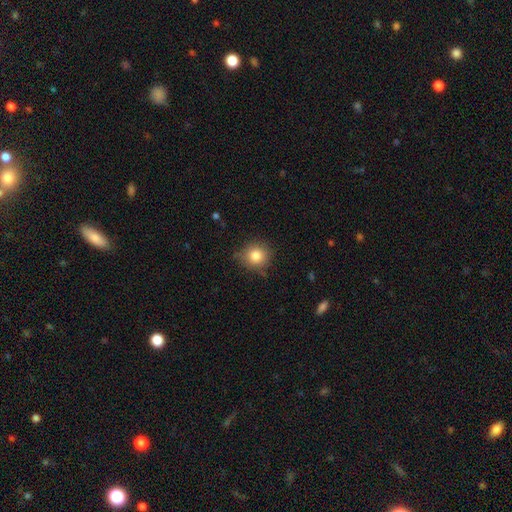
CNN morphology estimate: Smooth or featured? Predicted: smooth (p=0.83). How rounded? Predicted: round (p=0.88). Merging? Predicted: none (p=0.79).